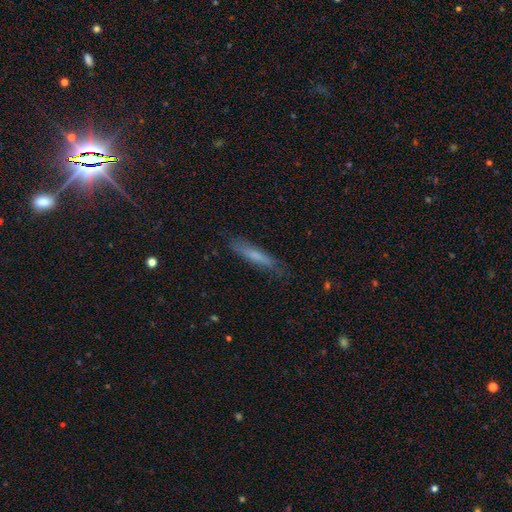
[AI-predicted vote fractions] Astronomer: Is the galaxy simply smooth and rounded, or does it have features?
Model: smooth — 65%.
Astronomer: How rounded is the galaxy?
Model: cigar-shaped — 88%.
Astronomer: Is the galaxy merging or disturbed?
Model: none — 80%.